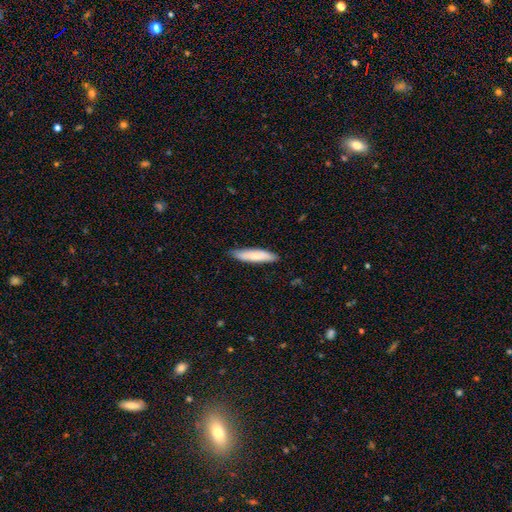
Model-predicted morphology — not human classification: Smooth or featured? Predicted: smooth (p=0.76). How rounded? Predicted: cigar-shaped (p=0.78). Merging? Predicted: none (p=0.86).